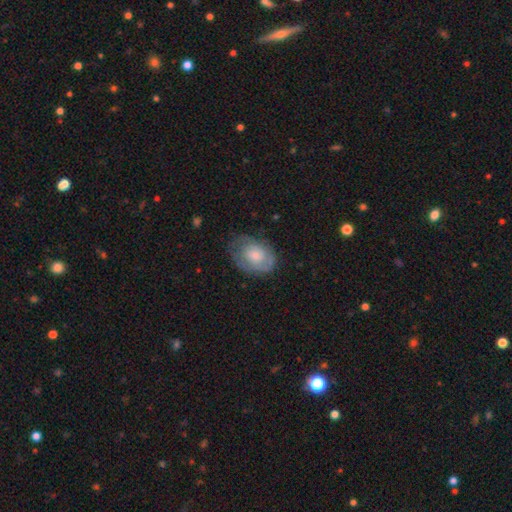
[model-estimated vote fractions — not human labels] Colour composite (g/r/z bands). It shows a featured or disk galaxy (53%) with no bar (75%), spiral arms (72%) and a small central bulge (42%). Merging: none (64%).